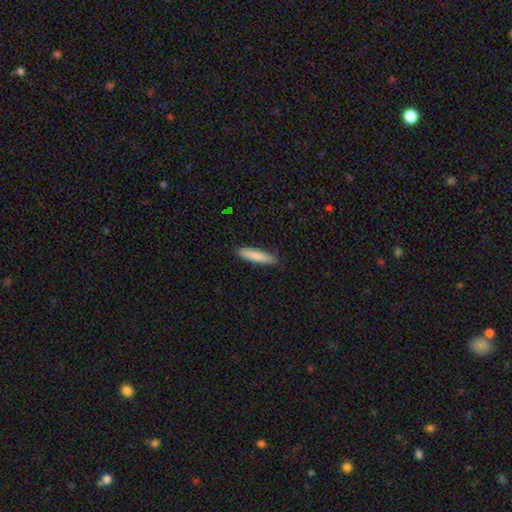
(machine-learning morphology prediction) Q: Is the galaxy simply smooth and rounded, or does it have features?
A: smooth — 84%.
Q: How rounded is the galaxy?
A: cigar-shaped — 81%.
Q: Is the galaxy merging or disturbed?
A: none — 88%.